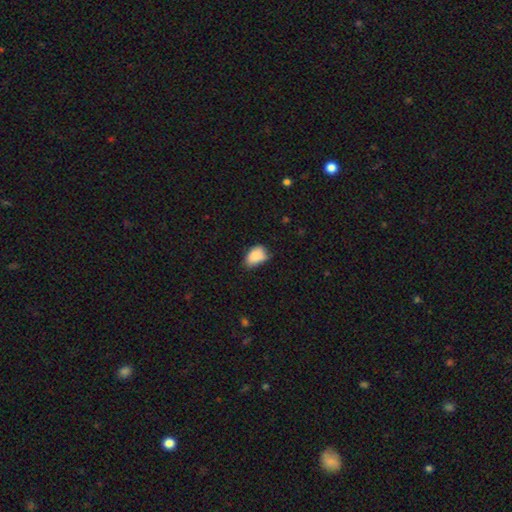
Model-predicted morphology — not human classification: The model was most divided on "merging": none: 49%, minor disturbance: 40%, major disturbance: 8%, merger: 3%. More confident: how rounded — in between (86%); smooth or featured — smooth (86%).